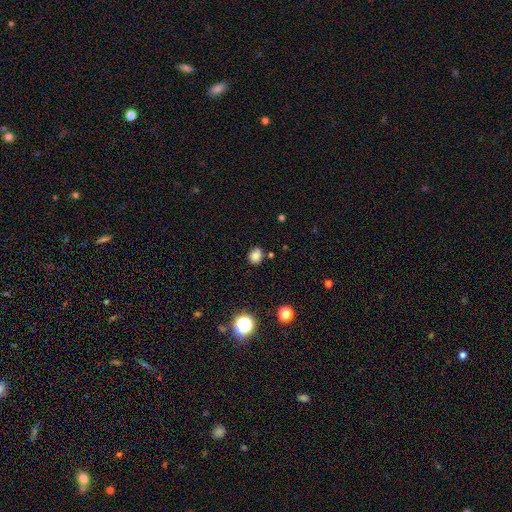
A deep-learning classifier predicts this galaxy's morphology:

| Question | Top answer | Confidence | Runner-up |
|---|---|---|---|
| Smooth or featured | smooth | 81% | star or artifact (14%) |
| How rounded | round | 64% | in between (35%) |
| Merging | none | 77% | minor disturbance (15%) |